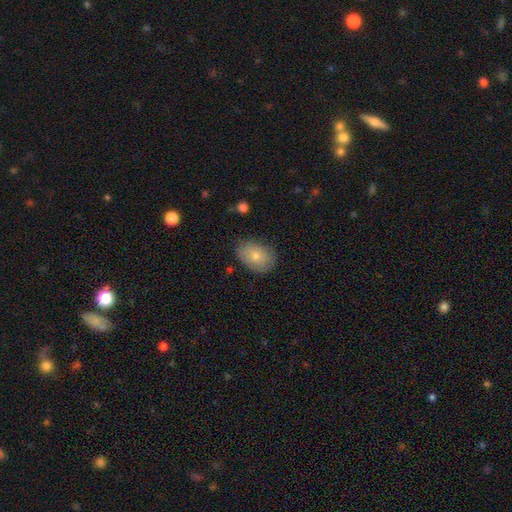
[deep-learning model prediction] Smooth or featured?
  - smooth: 76% *
  - featured or disk: 17%
  - star or artifact: 7%
How rounded?
  - in between: 78% *
  - round: 20%
  - cigar-shaped: 1%
Merging?
  - none: 77% *
  - minor disturbance: 17%
  - major disturbance: 4%
  - merger: 1%